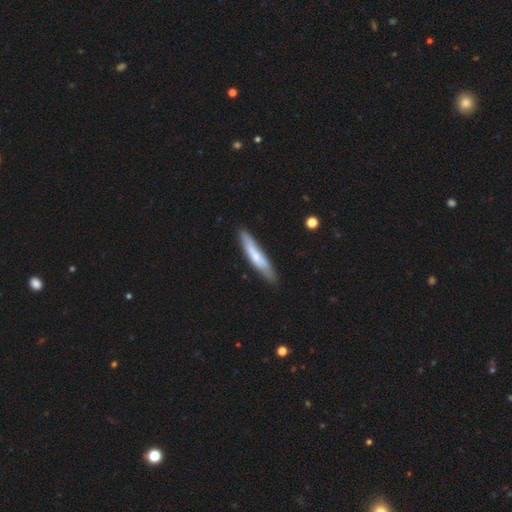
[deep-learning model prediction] Smooth or featured? Predicted: smooth (p=0.58). How rounded? Predicted: cigar-shaped (p=0.88). Merging? Predicted: none (p=0.78).